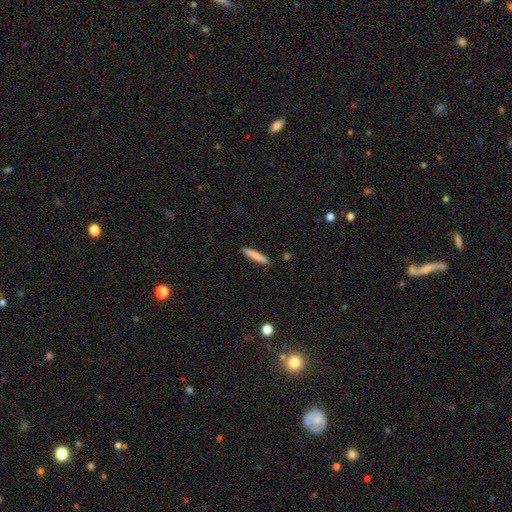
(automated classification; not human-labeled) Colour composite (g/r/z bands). It shows a smooth galaxy with no disk features (81%) that is cigar-shaped (91%). Merging: none (90%).